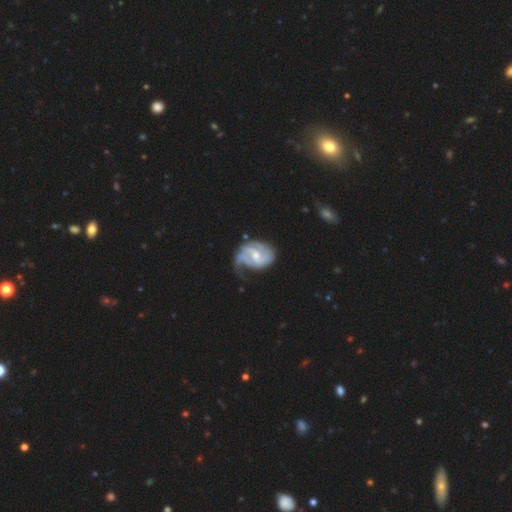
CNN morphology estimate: Smooth or featured? featured or disk (84%)
Edge-on disk? no (98%)
Bar? weak (56%)
Spiral arms? yes (94%)
Spiral winding? medium (43%)
Spiral arm count? 2 (55%)
Bulge size? moderate (55%)
Merging? none (40%)